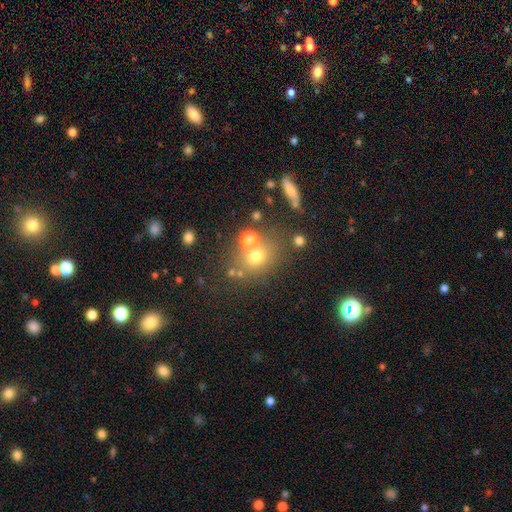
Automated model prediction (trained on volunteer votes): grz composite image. It shows a smooth galaxy with no disk features (66%) that is round (67%). Merging: none (65%).